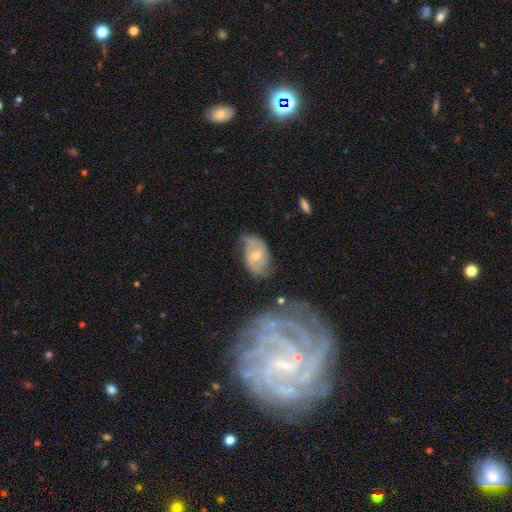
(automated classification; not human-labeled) This is likely a featured or disk galaxy (70%). It is clearly not viewed edge-on (96%). Bar: possibly no (46%). Spiral arm pattern: clearly yes (88%). Spiral arm count: likely 2 (79%). Spiral winding: marginally loose (44%). Central bulge: possibly small (50%). Merging: possibly none (55%).